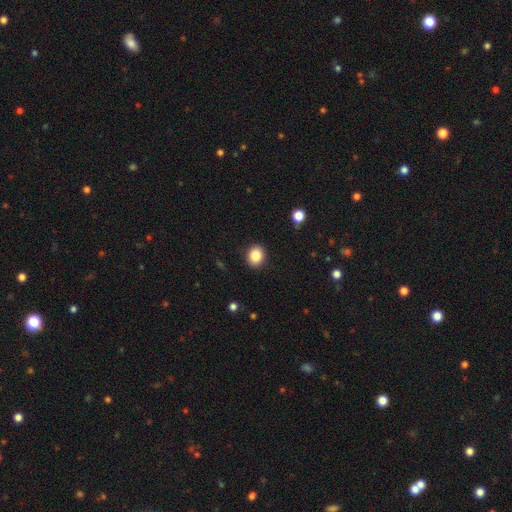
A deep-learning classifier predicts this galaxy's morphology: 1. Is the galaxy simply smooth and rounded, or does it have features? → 86% smooth, 10% star or artifact, 5% featured or disk.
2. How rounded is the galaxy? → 64% round, 36% in between, 1% cigar-shaped.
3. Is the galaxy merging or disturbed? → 90% none, 7% minor disturbance, 2% major disturbance, 1% merger.